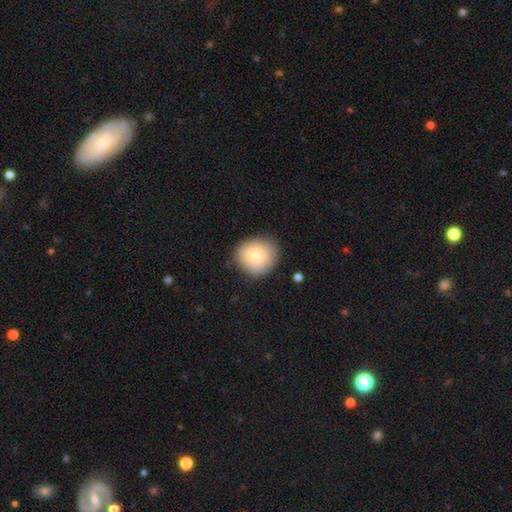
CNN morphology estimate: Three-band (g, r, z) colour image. It shows a smooth galaxy with no disk features (79%) that is round (76%). Merging: none (79%).